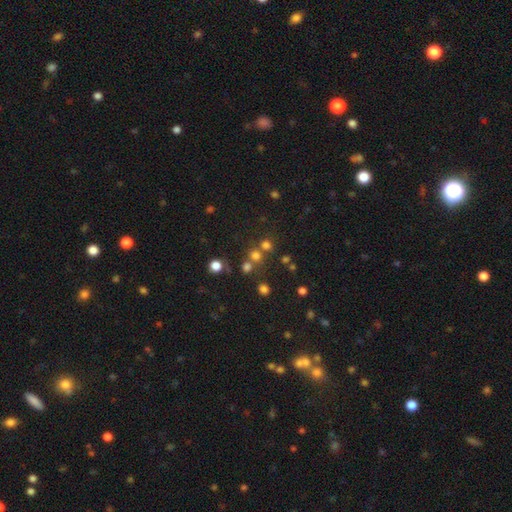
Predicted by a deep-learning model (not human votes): smooth-or-featured: smooth: 66% | star or artifact: 26% | featured or disk: 8%
  how-rounded: round: 88% | in between: 11% | cigar-shaped: 1%
  merging: none: 64% | merger: 25% | minor disturbance: 7% | major disturbance: 4%